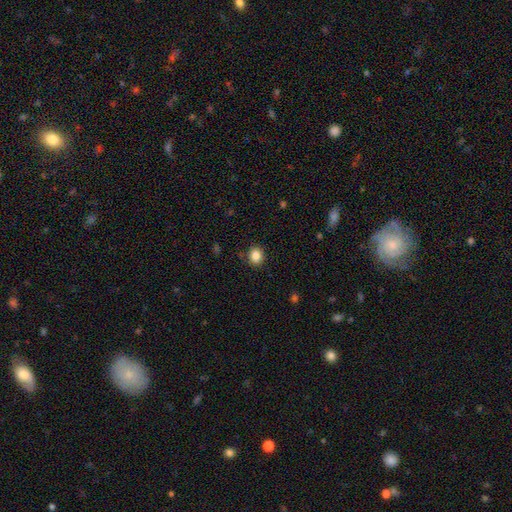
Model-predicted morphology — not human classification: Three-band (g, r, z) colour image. It shows a smooth galaxy with no disk features (85%) that is round (72%). Merging: none (88%).